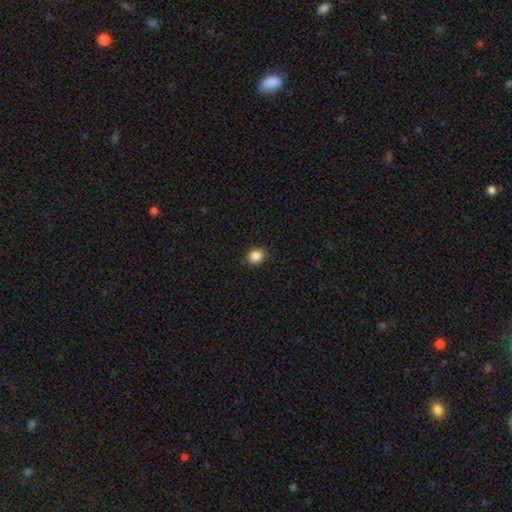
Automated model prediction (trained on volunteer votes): This is clearly a smooth galaxy (87%). How rounded: possibly in between (50%). Merging: clearly none (88%).